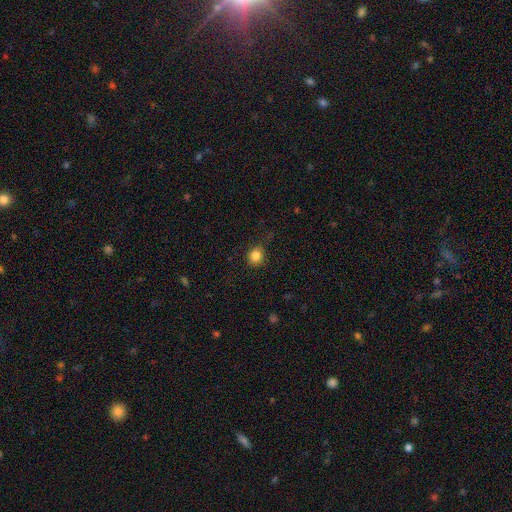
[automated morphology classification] Smooth or featured: smooth — 84% (star or artifact — 11%)
How rounded: round — 81% (in between — 18%)
Merging: none — 82% (minor disturbance — 14%)